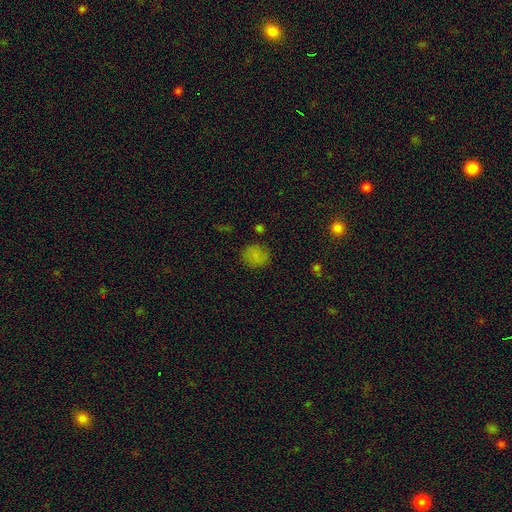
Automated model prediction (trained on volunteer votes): Morphology: type=smooth (78%); roundness=round (76%); merging=none (81%).